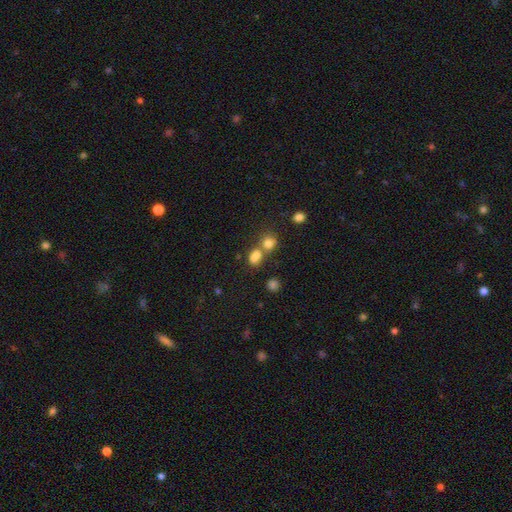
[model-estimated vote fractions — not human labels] A smooth galaxy with no disk features (72%) that is round (64%). Merging: merger (51%).